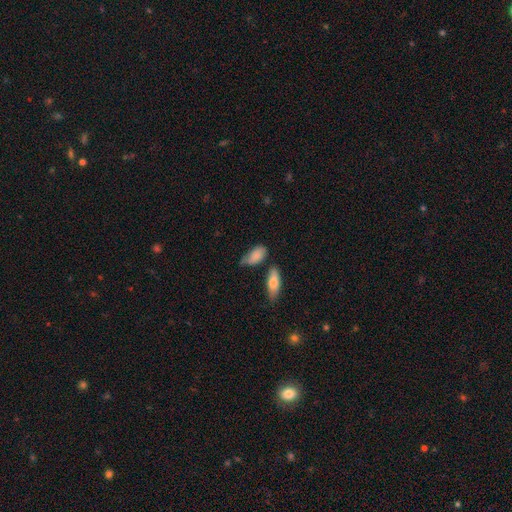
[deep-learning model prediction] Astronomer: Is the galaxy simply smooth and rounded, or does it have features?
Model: smooth — 82%.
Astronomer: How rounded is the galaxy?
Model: in between — 88%.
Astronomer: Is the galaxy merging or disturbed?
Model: none — 39% (runner-up: minor disturbance, 38%).